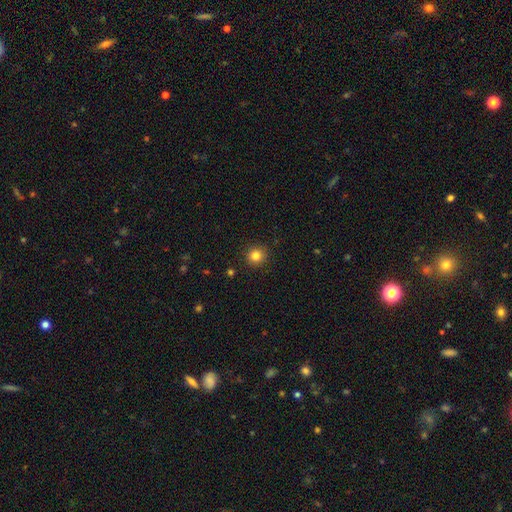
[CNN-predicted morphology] Q: Smooth or featured?
A: smooth (83%); runner-up: star or artifact (12%)
Q: How rounded?
A: round (93%); runner-up: in between (6%)
Q: Merging?
A: none (91%); runner-up: minor disturbance (6%)